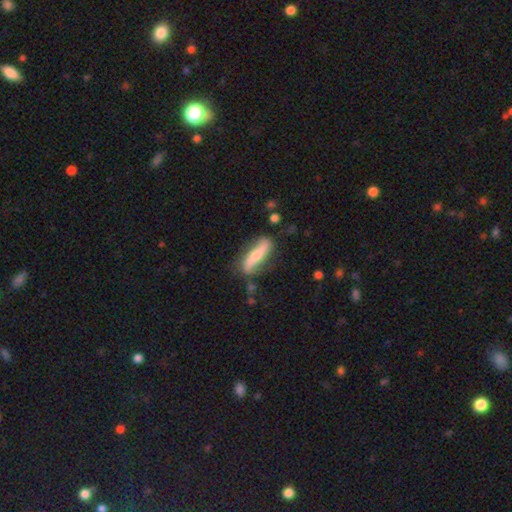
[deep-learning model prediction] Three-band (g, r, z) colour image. It shows a featured or disk galaxy (53%). Merging: none (75%).